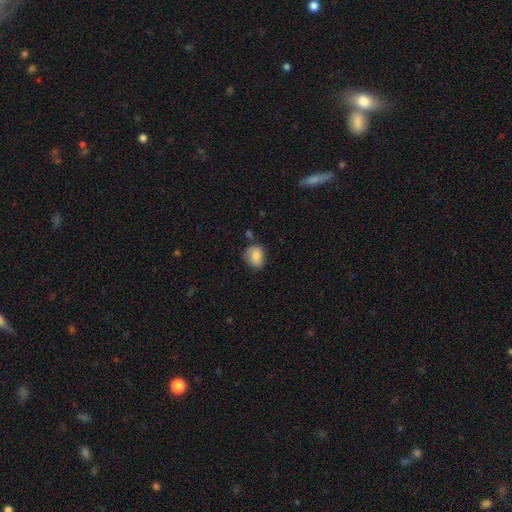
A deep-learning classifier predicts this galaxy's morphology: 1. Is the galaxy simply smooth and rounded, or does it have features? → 82% smooth, 10% featured or disk, 8% star or artifact.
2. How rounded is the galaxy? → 51% round, 48% in between, 1% cigar-shaped.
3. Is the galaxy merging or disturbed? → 64% none, 25% minor disturbance, 6% major disturbance, 5% merger.